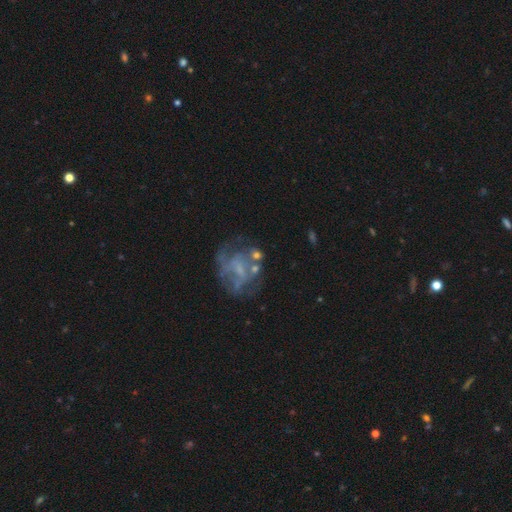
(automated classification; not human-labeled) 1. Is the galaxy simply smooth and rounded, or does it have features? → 68% featured or disk, 20% smooth, 12% star or artifact.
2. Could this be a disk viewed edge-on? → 98% no, 2% yes.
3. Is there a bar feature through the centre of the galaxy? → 65% no, 28% weak, 7% strong.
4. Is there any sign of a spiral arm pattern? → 52% no, 48% yes.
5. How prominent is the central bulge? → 51% none, 30% small, 15% moderate, 2% large, 1% dominant.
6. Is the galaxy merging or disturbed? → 45% none, 26% major disturbance, 19% minor disturbance, 10% merger.